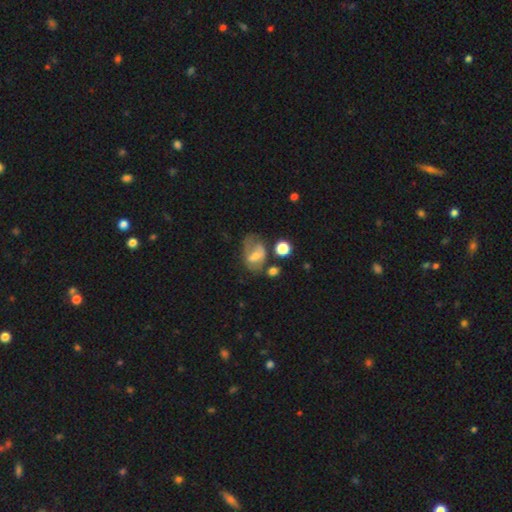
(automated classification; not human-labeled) The model was most divided on "smooth or featured": featured or disk: 48%, smooth: 42%, star or artifact: 10%. Remaining: merging — none (40%).